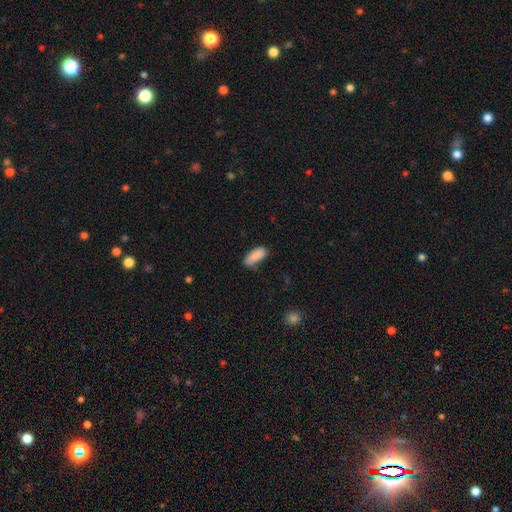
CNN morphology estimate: Smooth or featured? smooth (89%)
How rounded? in between (80%)
Merging? none (74%)